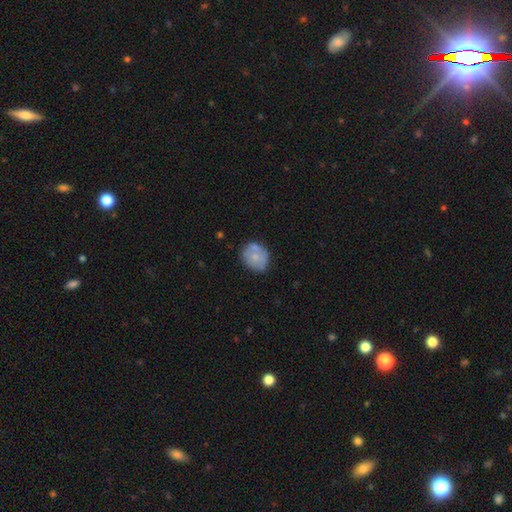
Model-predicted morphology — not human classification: This appears to be a smooth galaxy with no disk features (63%) that is round (65%). Merging: none (67%).